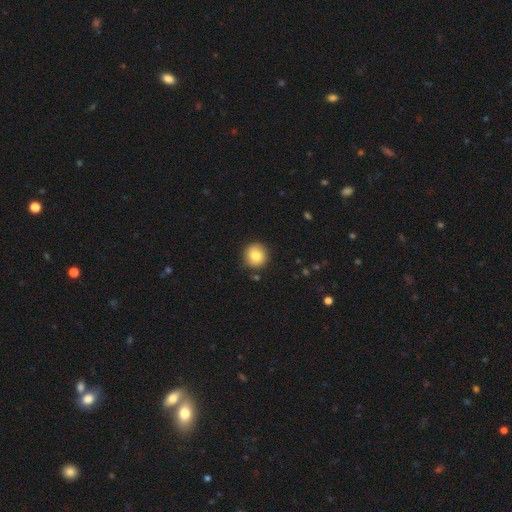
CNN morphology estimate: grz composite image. It shows a smooth galaxy with no disk features (82%) that is round (93%). Merging: none (88%).